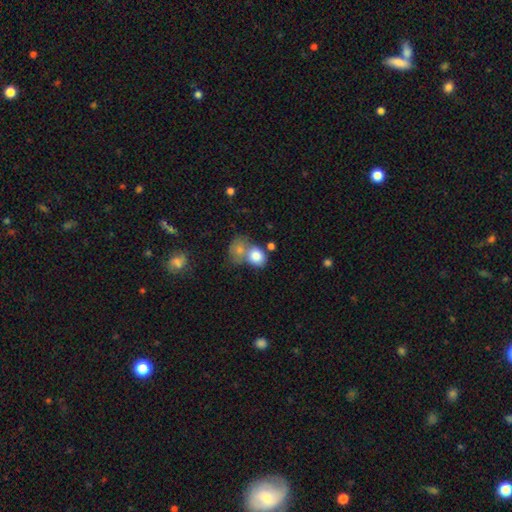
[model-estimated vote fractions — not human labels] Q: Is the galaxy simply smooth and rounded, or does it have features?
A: smooth — 82%.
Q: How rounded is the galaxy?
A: in between — 52%.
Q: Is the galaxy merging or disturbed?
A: merger — 50%.